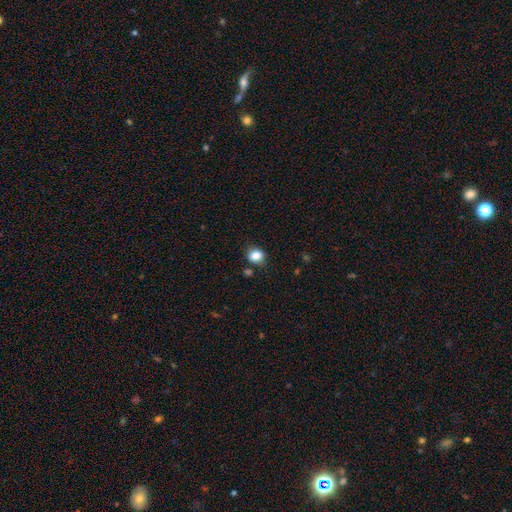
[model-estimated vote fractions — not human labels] Overall: smooth (84%). How rounded: round (63%; in between 36%). Merging: none (75%).